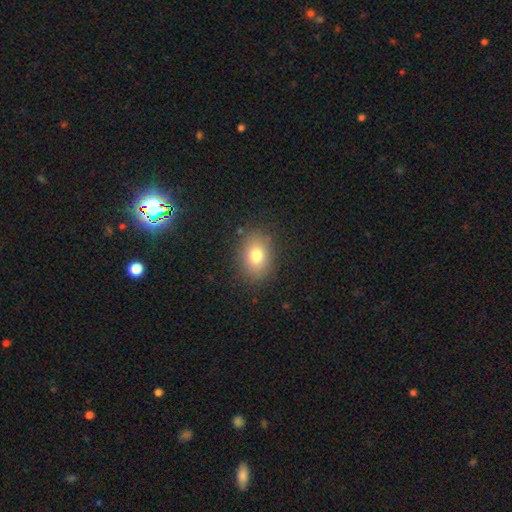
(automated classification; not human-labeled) Smooth or featured: smooth — 77% (featured or disk — 11%)
How rounded: in between — 66% (round — 32%)
Merging: none — 85% (minor disturbance — 10%)